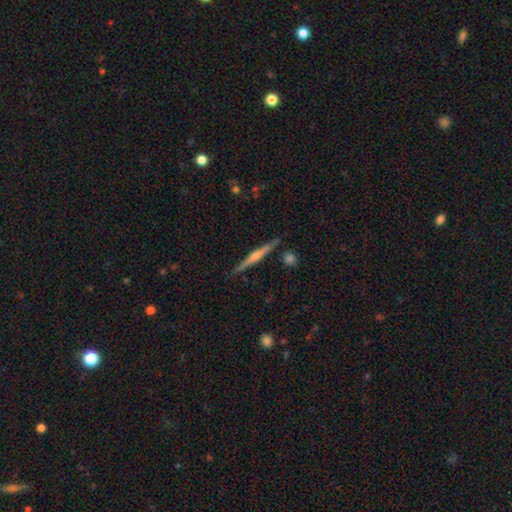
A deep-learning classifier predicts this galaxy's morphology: A featured or disk galaxy (78%) viewed edge-on (98%) with a rounded central bulge (79%). Merging: none (90%).